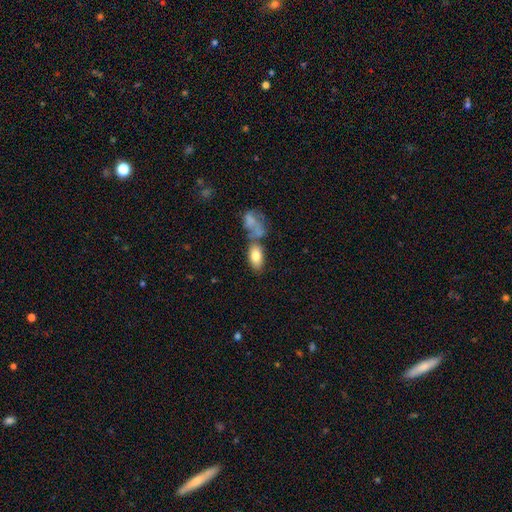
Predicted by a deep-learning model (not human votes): Overall: smooth (80%). How rounded: in between (92%). Merging: none (50%; merger 31%).